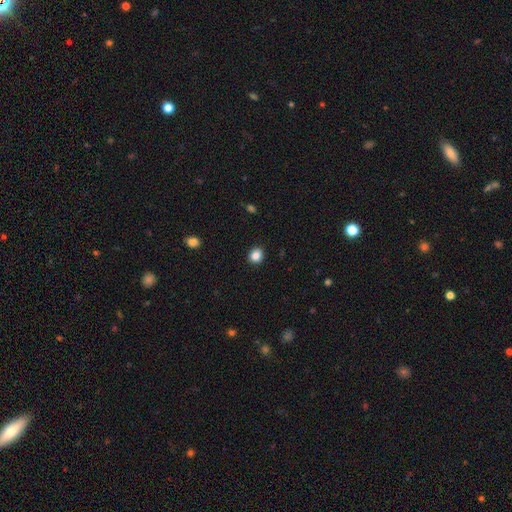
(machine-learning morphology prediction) The model was most divided on "how rounded": round: 77%, in between: 22%, cigar-shaped: 1%. More confident: merging — none (92%); smooth or featured — smooth (86%).